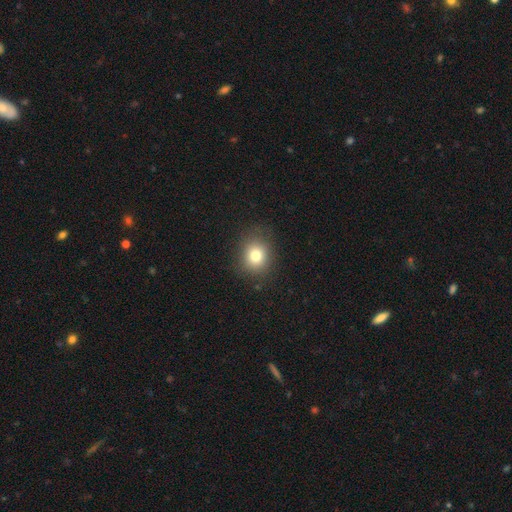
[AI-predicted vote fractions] This appears to be a smooth galaxy with no disk features (78%) that is round (75%). Merging: none (85%).